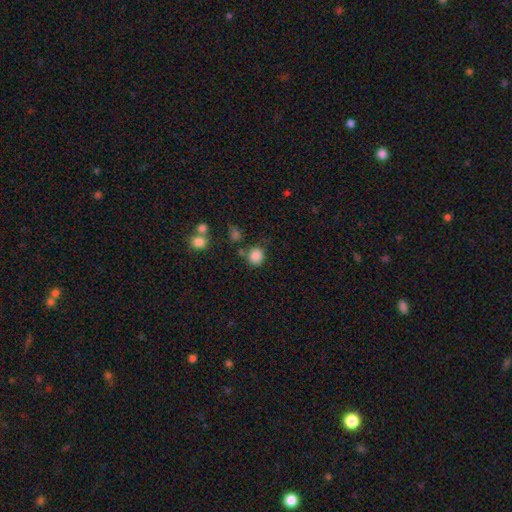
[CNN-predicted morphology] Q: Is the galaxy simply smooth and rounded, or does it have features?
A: smooth — 85%.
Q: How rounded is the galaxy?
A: round — 83%.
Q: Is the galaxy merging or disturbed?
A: none — 70%.